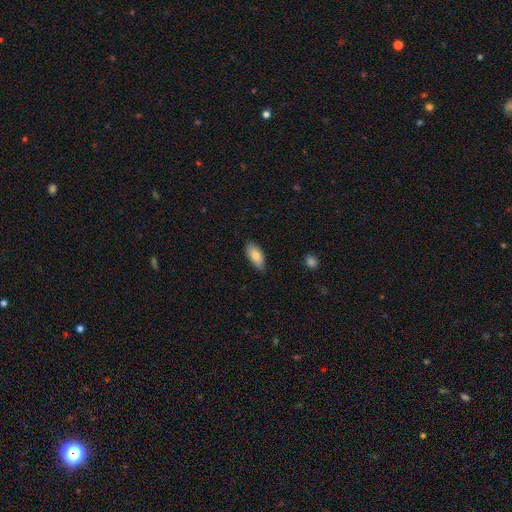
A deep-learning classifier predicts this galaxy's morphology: This appears to be a smooth galaxy with no disk features (82%) that is in between round and cigar-shaped (88%). Merging: none (79%).